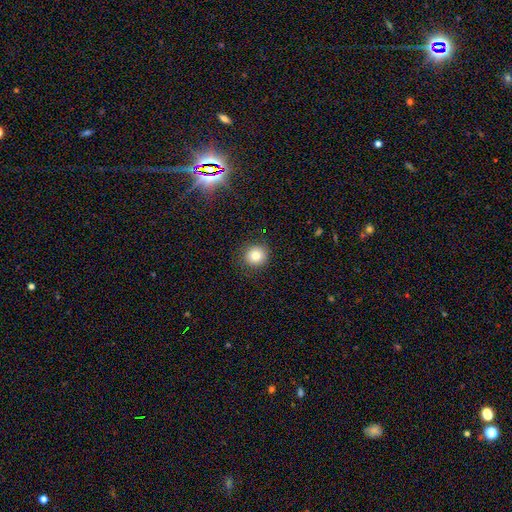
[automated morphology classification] This is clearly a smooth galaxy (81%). How rounded: clearly round (92%). Merging: clearly none (90%).